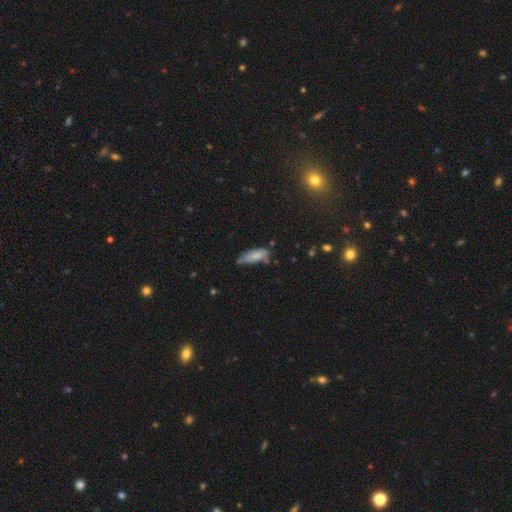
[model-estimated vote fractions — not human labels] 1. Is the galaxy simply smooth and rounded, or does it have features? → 75% smooth, 17% featured or disk, 8% star or artifact.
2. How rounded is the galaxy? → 59% in between, 39% cigar-shaped, 2% round.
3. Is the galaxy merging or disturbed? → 47% none, 37% minor disturbance, 10% major disturbance, 6% merger.